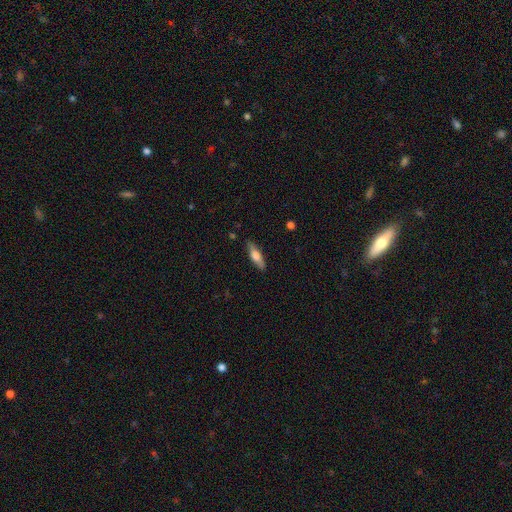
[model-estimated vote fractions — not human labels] smooth 55%, featured or disk 39%, star or artifact 6%. Down the decision tree: how rounded — cigar-shaped (59%); merging — none (85%).